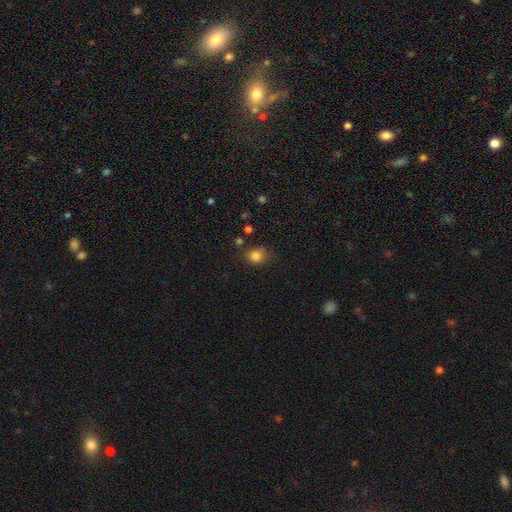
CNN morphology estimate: smooth 82%, star or artifact 12%, featured or disk 6%. Down the decision tree: how rounded — round (67%); merging — none (66%).